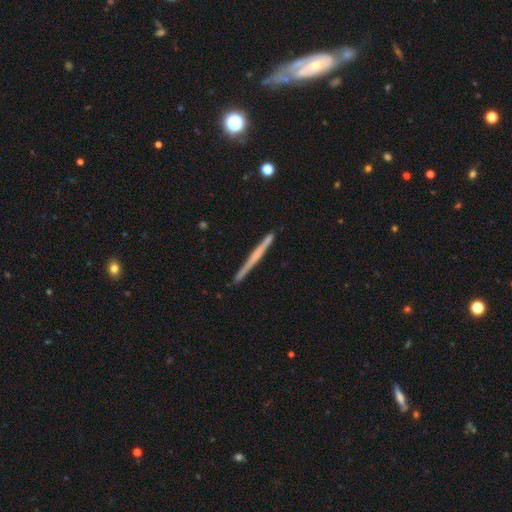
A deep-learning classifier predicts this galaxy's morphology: smooth_or_featured: featured or disk (p=0.60) [alt: smooth p=0.35]
disk_edge_on: yes (p=0.98) [alt: no p=0.02]
edge_on_bulge: none (p=0.72) [alt: rounded p=0.21]
merging: none (p=0.90) [alt: minor disturbance p=0.07]